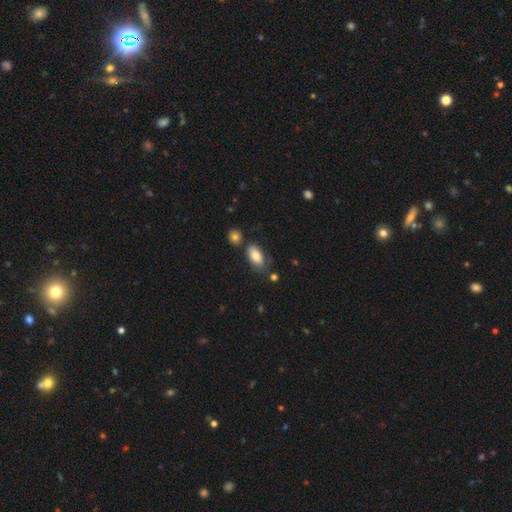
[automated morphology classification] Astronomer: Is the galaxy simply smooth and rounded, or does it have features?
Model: smooth — 81%.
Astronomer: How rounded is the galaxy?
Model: in between — 91%.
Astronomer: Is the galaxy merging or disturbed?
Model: none — 63%.